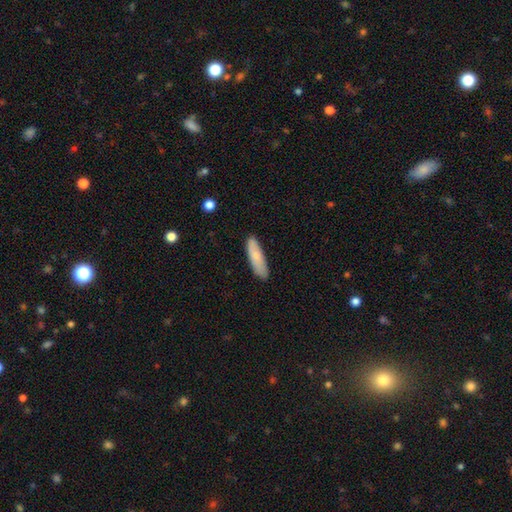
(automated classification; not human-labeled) Smooth or featured: smooth — 78% (featured or disk — 16%)
How rounded: cigar-shaped — 60% (in between — 39%)
Merging: none — 84% (minor disturbance — 13%)